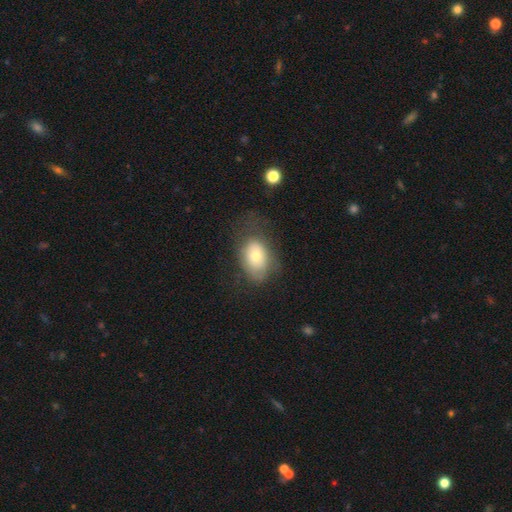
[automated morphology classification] The model was most divided on "merging": none: 49%, minor disturbance: 27%, major disturbance: 22%, merger: 2%. More confident: how rounded — in between (79%); smooth or featured — smooth (67%).